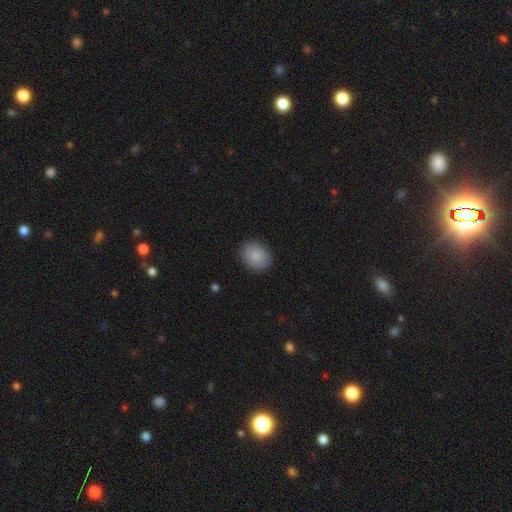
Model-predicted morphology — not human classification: Smooth or featured? smooth (87%)
How rounded? in between (52%)
Merging? none (87%)